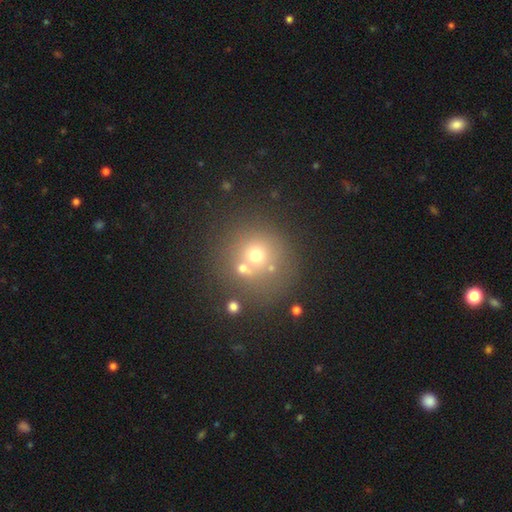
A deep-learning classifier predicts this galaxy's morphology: type=smooth (63%); roundness=round (89%); merging=none (62%).